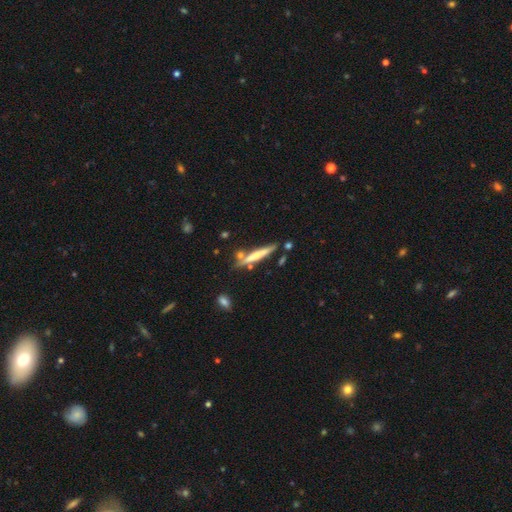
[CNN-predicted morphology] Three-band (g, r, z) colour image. It shows a smooth galaxy with no disk features (49%). Merging: none (74%).